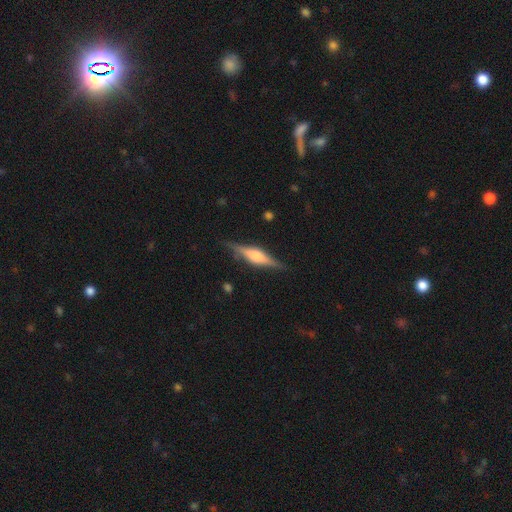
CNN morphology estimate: Smooth or featured? featured or disk (71%)
Edge-on disk? yes (97%)
Edge-on bulge? rounded (80%)
Merging? none (85%)